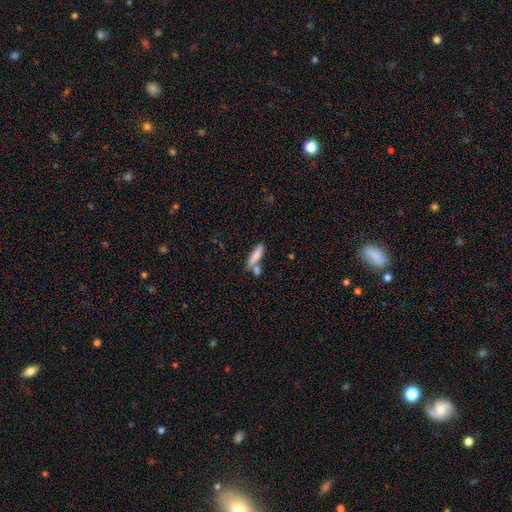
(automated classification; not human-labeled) Smooth or featured: smooth — 80% (featured or disk — 13%)
How rounded: cigar-shaped — 73% (in between — 24%)
Merging: none — 54% (merger — 28%)